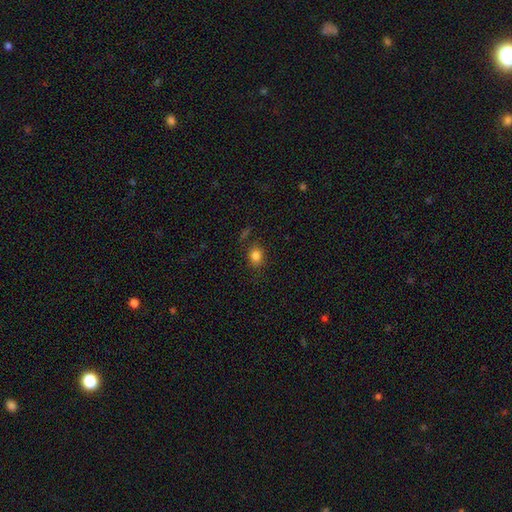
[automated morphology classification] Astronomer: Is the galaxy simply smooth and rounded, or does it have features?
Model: smooth — 82%.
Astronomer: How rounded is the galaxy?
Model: round — 53% (runner-up: in between, 45%).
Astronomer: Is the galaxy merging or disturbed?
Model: none — 79%.